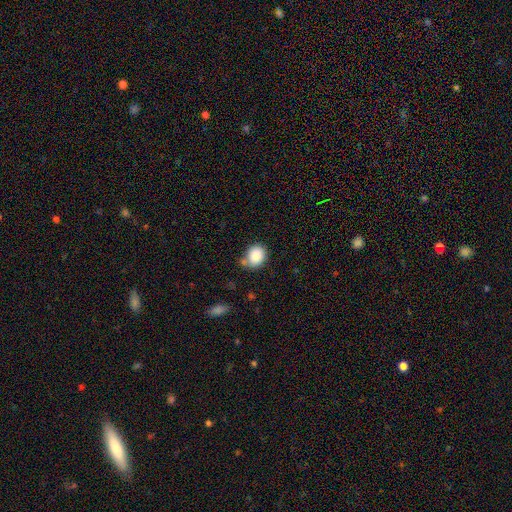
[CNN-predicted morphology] The model was most divided on "how rounded": round: 57%, in between: 42%, cigar-shaped: 1%. More confident: smooth or featured — smooth (86%); merging — none (67%).